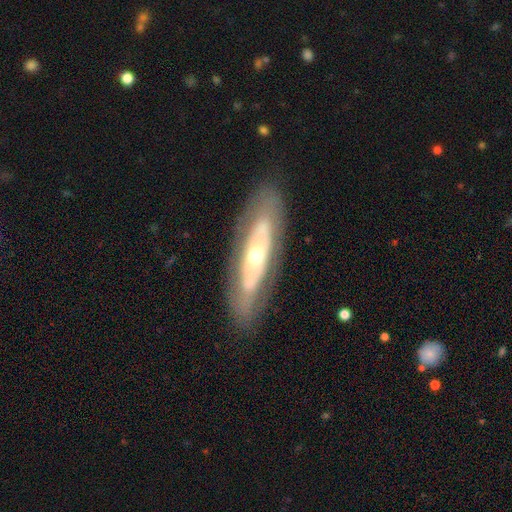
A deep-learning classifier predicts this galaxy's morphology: A featured or disk galaxy (68%) with no bar (85%), no spiral arms (75%) and a moderate central bulge (49%).

Vote fractions:
- Smooth or featured? featured or disk: 68% / smooth: 26% / star or artifact: 6%
- Edge-on disk? no: 75% / yes: 25%
- Bar? no: 85% / weak: 9% / strong: 5%
- Spiral arms? no: 75% / yes: 25%
- Bulge size? moderate: 49% / small: 44% / large: 5% / dominant: 1% / none: 1%
- Merging? none: 82% / minor disturbance: 12% / major disturbance: 5% / merger: 1%